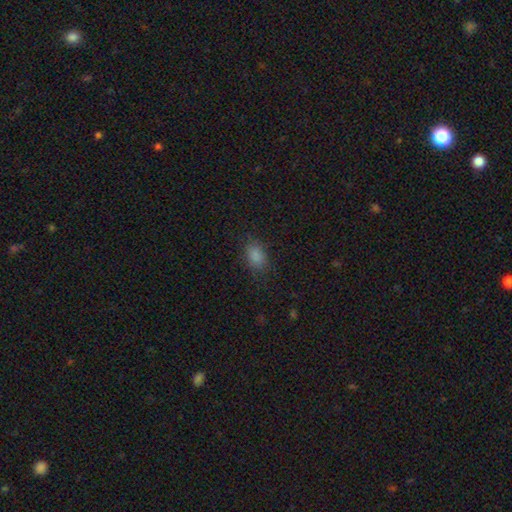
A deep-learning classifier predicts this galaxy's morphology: smooth_or_featured: smooth (p=0.84) [alt: star or artifact p=0.12]
how_rounded: in between (p=0.76) [alt: round p=0.23]
merging: none (p=0.80) [alt: minor disturbance p=0.14]